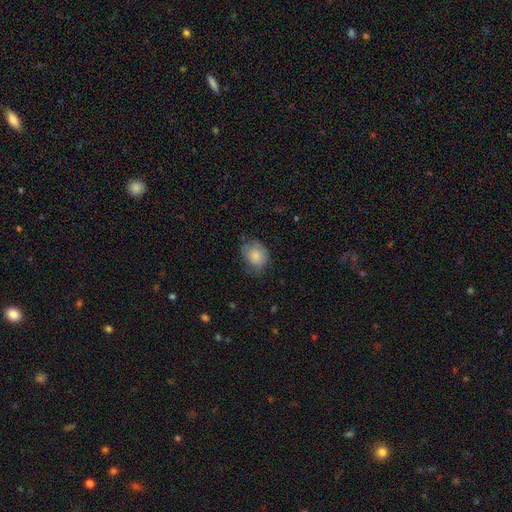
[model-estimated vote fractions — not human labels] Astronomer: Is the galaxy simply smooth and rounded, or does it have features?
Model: smooth — 78%.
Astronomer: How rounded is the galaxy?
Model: in between — 55% (runner-up: round, 44%).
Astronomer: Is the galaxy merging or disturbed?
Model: none — 56% (runner-up: minor disturbance, 32%).